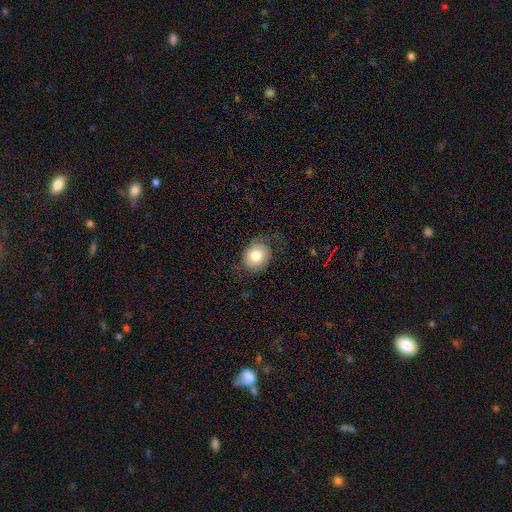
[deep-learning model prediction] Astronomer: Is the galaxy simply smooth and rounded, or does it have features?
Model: smooth — 72%.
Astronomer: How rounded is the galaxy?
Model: round — 64%.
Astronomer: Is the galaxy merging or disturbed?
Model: none — 67%.